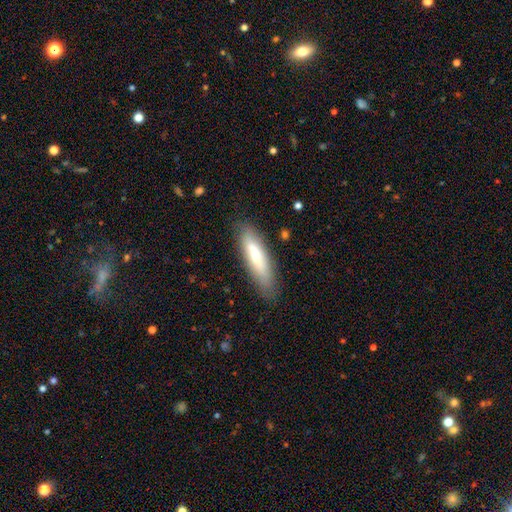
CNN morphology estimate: Smooth or featured? smooth (64%)
How rounded? cigar-shaped (68%)
Merging? none (83%)